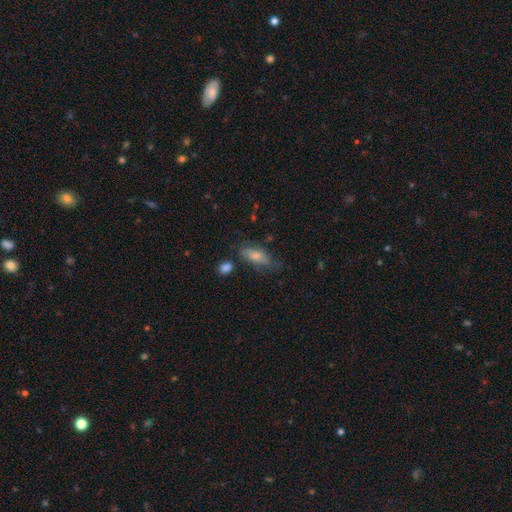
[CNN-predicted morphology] smooth 59%, featured or disk 30%, star or artifact 12%. Down the decision tree: how rounded — in between (72%); merging — none (64%).